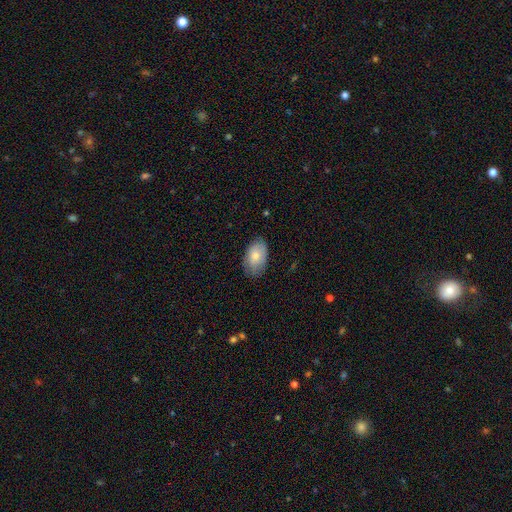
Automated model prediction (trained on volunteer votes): smooth-or-featured: smooth: 72% | featured or disk: 22% | star or artifact: 6%
  how-rounded: in between: 91% | round: 7% | cigar-shaped: 1%
  merging: none: 74% | minor disturbance: 21% | major disturbance: 4% | merger: 1%